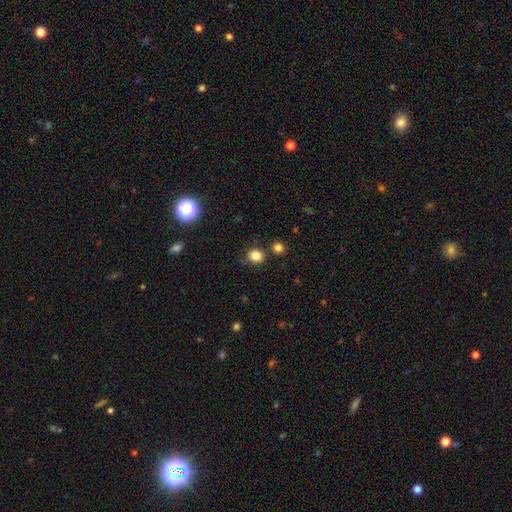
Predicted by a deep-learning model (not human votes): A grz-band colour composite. It shows a smooth galaxy with no disk features (83%) that is round (75%). Merging: none (78%).